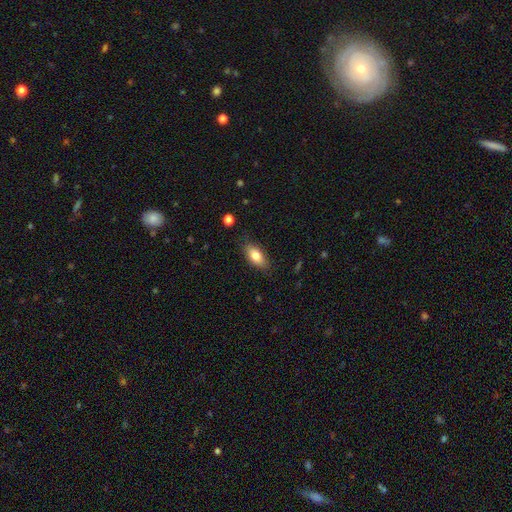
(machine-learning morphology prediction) This is likely a smooth galaxy (80%). How rounded: clearly in between (86%). Merging: clearly none (83%).